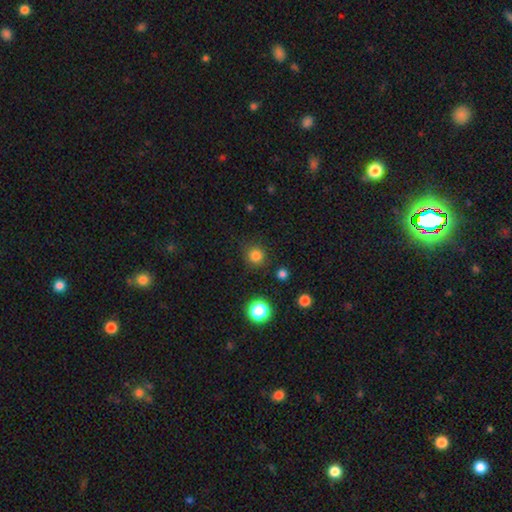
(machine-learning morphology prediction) smooth-or-featured: smooth: 81% | star or artifact: 15% | featured or disk: 4%
  how-rounded: round: 94% | in between: 5% | cigar-shaped: 1%
  merging: none: 88% | minor disturbance: 7% | major disturbance: 3% | merger: 2%